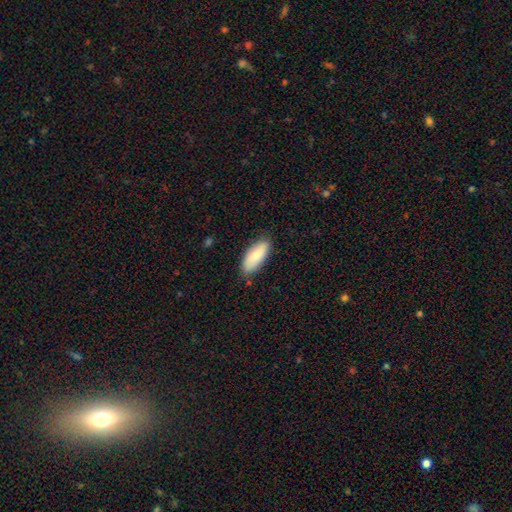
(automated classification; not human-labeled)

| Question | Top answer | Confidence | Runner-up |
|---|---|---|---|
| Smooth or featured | smooth | 82% | featured or disk (12%) |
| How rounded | in between | 82% | cigar-shaped (16%) |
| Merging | none | 80% | minor disturbance (16%) |